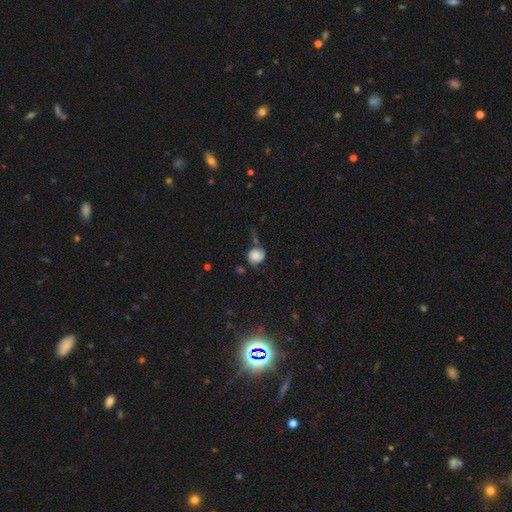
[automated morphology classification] Smooth or featured: smooth — 70% (featured or disk — 20%)
How rounded: round — 82% (in between — 17%)
Merging: none — 50% (minor disturbance — 29%)